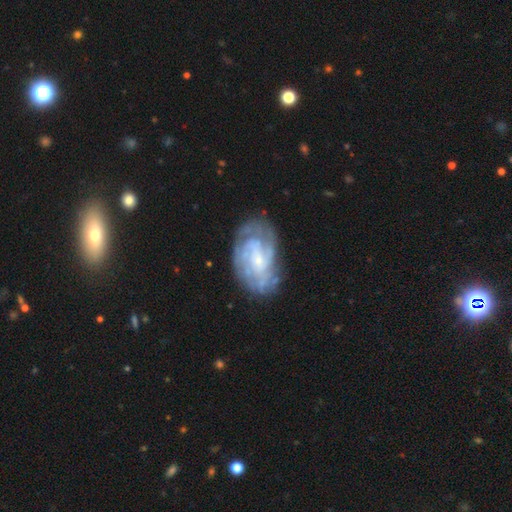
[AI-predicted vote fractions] smooth_or_featured: featured or disk (p=0.75) [alt: smooth p=0.17]
disk_edge_on: no (p=0.96) [alt: yes p=0.04]
bar: no (p=0.51) [alt: weak p=0.40]
has_spiral_arms: yes (p=0.86) [alt: no p=0.14]
spiral_winding: tight (p=0.59) [alt: medium p=0.31]
spiral_arm_count: can't tell (p=0.50) [alt: 2 p=0.15]
bulge_size: small (p=0.64) [alt: moderate p=0.24]
merging: none (p=0.68) [alt: minor disturbance p=0.20]